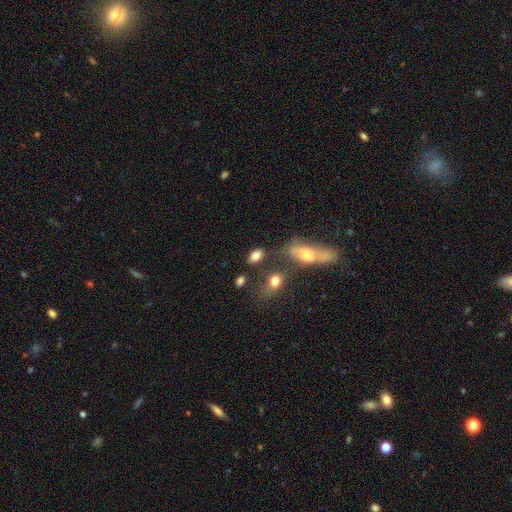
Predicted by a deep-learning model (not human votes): Morphology: type=smooth (81%); roundness=in between (87%); merging=none (64%).